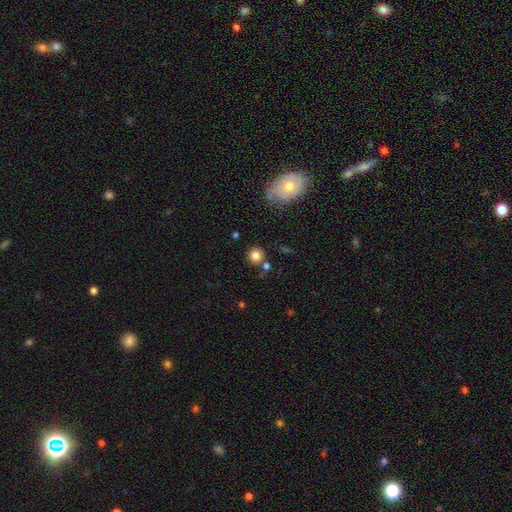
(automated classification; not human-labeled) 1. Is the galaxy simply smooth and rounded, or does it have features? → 82% smooth, 11% star or artifact, 7% featured or disk.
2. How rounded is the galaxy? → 90% round, 9% in between, 1% cigar-shaped.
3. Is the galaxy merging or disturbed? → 76% none, 10% merger, 10% minor disturbance, 4% major disturbance.